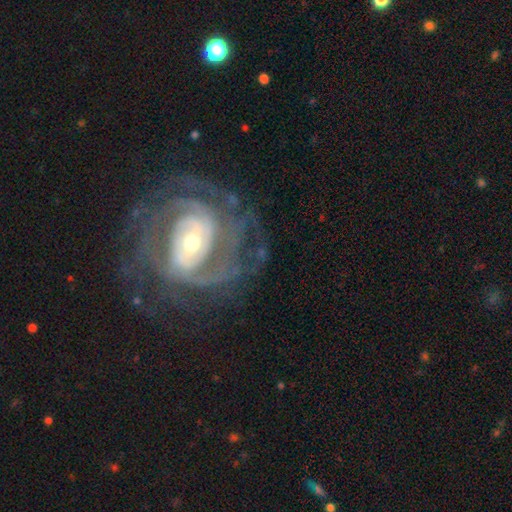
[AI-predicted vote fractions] A featured or disk galaxy (88%) with a weak bar (37%), 2 (29%) tight (60%) spiral arms (96%) and a moderate central bulge (51%). Merging: none (67%).